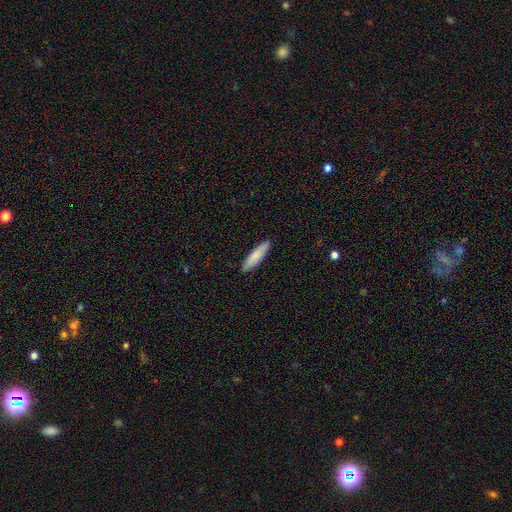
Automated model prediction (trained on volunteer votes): smooth-or-featured: smooth: 82% | featured or disk: 13% | star or artifact: 5%
  how-rounded: cigar-shaped: 77% | in between: 22% | round: 1%
  merging: none: 90% | minor disturbance: 7% | major disturbance: 1% | merger: 1%